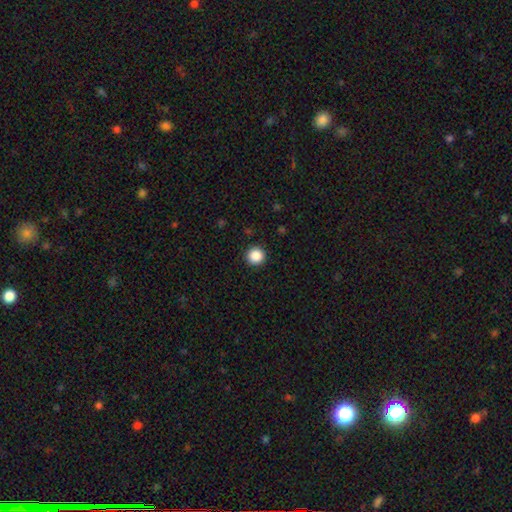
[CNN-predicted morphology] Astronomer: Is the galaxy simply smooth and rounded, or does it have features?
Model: smooth — 88%.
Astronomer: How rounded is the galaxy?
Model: round — 96%.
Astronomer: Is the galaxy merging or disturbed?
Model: none — 92%.